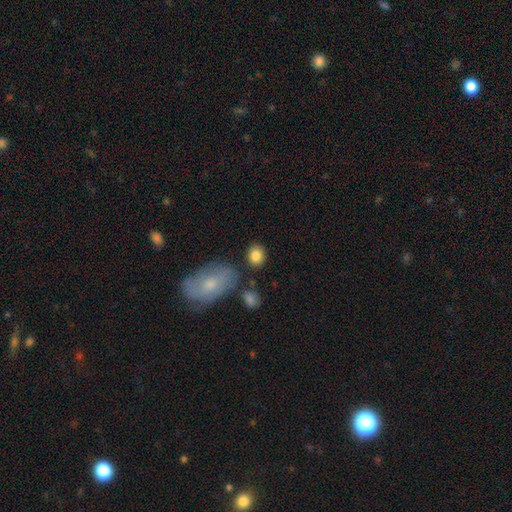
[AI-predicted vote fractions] Morphology: type=smooth (85%); roundness=round (56%); merging=none (80%).